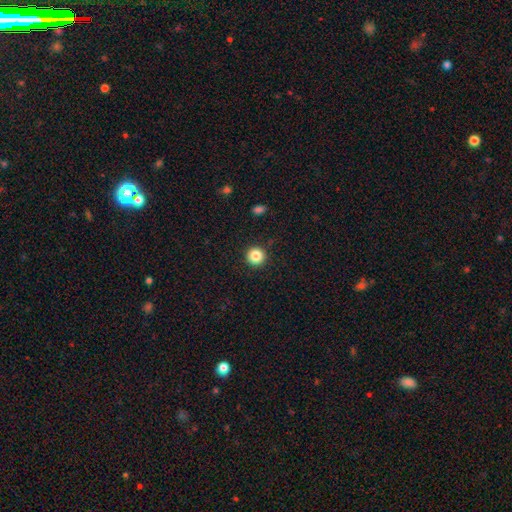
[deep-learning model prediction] Smooth or featured? Predicted: smooth (p=0.85). How rounded? Predicted: round (p=0.96). Merging? Predicted: none (p=0.92).